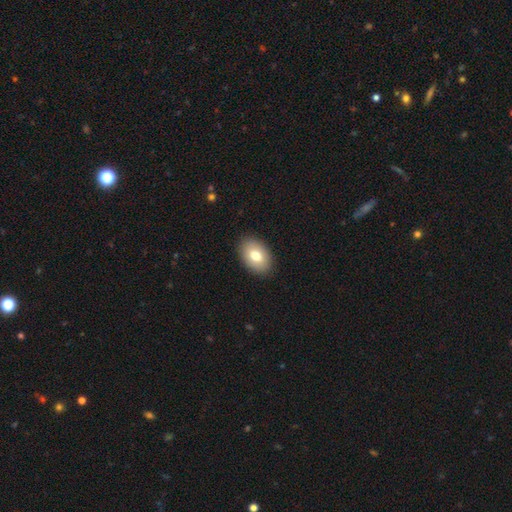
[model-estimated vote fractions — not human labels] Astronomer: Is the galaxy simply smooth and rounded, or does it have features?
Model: smooth — 77%.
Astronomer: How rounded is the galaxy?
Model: in between — 86%.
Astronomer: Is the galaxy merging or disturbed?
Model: none — 90%.